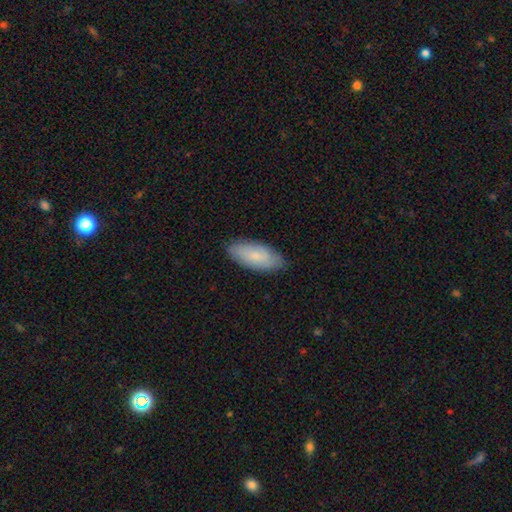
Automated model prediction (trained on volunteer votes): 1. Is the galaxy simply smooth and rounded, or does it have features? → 78% smooth, 16% featured or disk, 6% star or artifact.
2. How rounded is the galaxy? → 87% in between, 11% cigar-shaped, 2% round.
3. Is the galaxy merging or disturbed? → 83% none, 14% minor disturbance, 2% major disturbance, 1% merger.